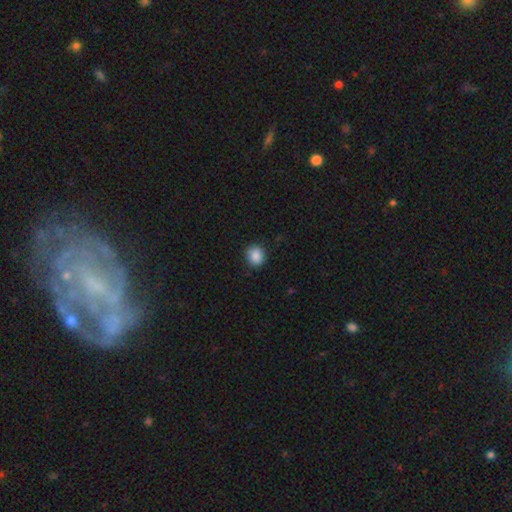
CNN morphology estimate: This is clearly a smooth galaxy (88%). How rounded: likely round (74%). Merging: clearly none (87%).